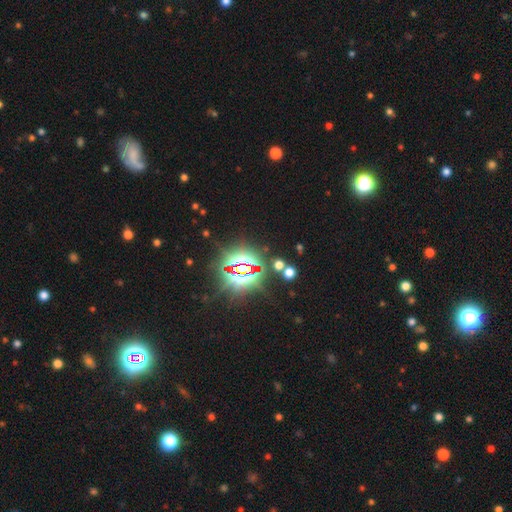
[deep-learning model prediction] Overall: star or artifact (83%).